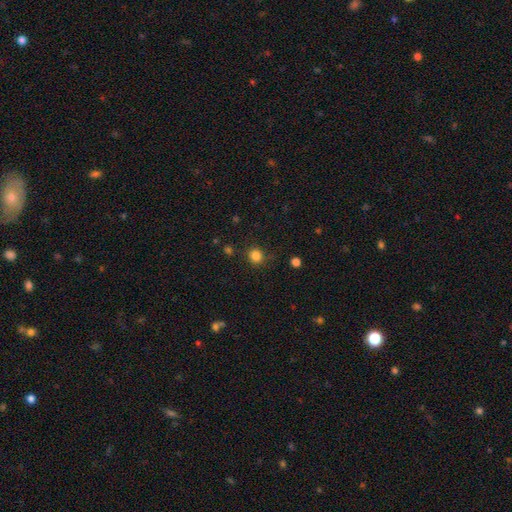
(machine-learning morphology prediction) This is clearly a smooth galaxy (83%). How rounded: clearly round (87%). Merging: clearly none (85%).